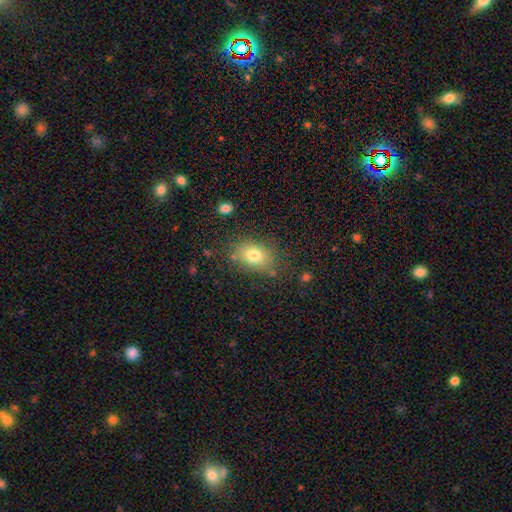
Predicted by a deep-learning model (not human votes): A smooth galaxy with no disk features (77%) that is in between round and cigar-shaped (74%).

Vote fractions:
- Smooth or featured? smooth: 77% / featured or disk: 12% / star or artifact: 11%
- How rounded? in between: 74% / round: 25% / cigar-shaped: 1%
- Merging? none: 76% / minor disturbance: 15% / major disturbance: 5% / merger: 3%